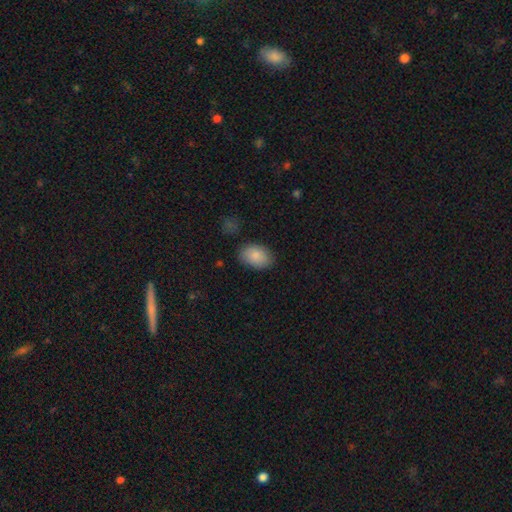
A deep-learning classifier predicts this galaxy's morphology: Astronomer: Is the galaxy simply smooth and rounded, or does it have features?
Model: smooth — 87%.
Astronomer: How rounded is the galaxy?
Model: in between — 86%.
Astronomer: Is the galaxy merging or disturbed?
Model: none — 81%.